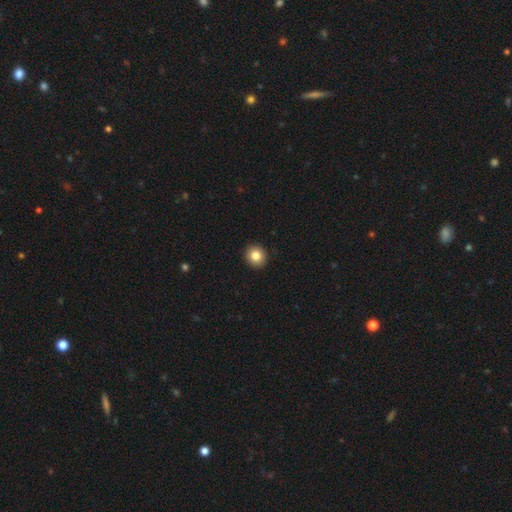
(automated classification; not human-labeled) Smooth or featured?
  - smooth: 83% *
  - star or artifact: 10%
  - featured or disk: 7%
How rounded?
  - round: 87% *
  - in between: 12%
  - cigar-shaped: 1%
Merging?
  - none: 93% *
  - minor disturbance: 5%
  - major disturbance: 1%
  - merger: 1%